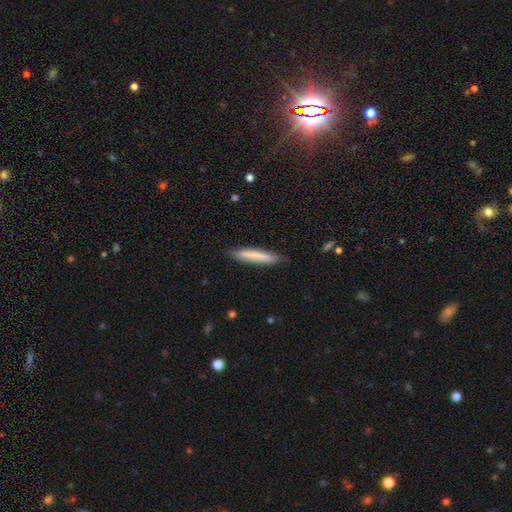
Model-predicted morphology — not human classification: smooth 73%, featured or disk 20%, star or artifact 6%. Down the decision tree: how rounded — cigar-shaped (92%); merging — none (84%).